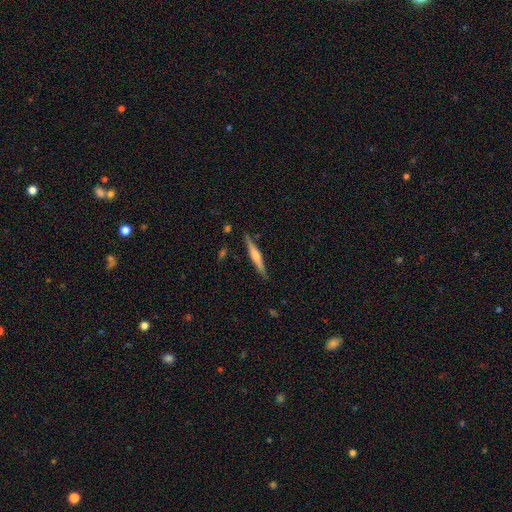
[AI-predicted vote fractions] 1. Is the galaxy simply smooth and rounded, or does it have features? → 53% featured or disk, 41% smooth, 6% star or artifact.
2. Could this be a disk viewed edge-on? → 97% yes, 3% no.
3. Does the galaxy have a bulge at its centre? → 59% rounded, 22% boxy, 19% none.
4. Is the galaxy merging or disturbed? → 88% none, 9% minor disturbance, 2% major disturbance, 2% merger.